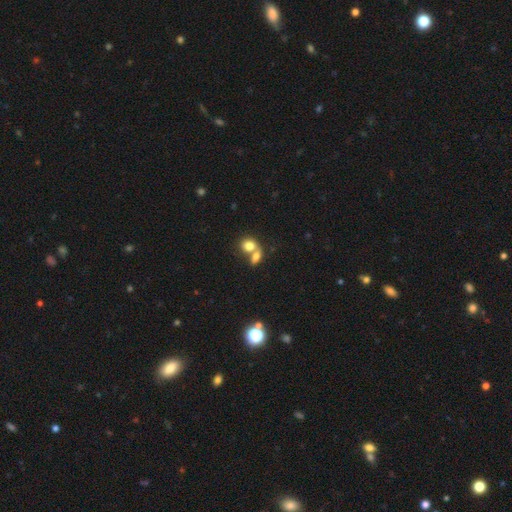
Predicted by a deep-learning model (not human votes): Smooth or featured? smooth (75%)
How rounded? in between (60%)
Merging? merger (62%)